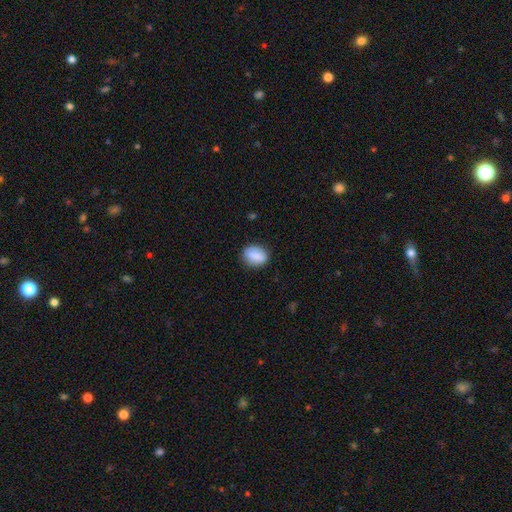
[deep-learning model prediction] Q: Smooth or featured?
A: smooth (88%); runner-up: star or artifact (7%)
Q: How rounded?
A: in between (71%); runner-up: round (27%)
Q: Merging?
A: none (84%); runner-up: minor disturbance (13%)